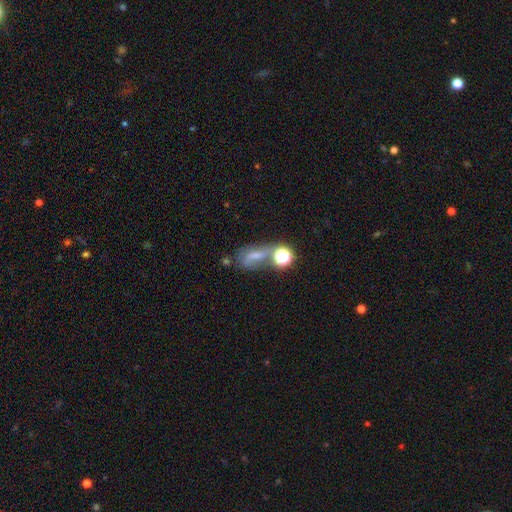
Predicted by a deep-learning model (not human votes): Q: Smooth or featured?
A: smooth (41%); runner-up: featured or disk (32%)
Q: Merging?
A: none (40%); runner-up: merger (21%)